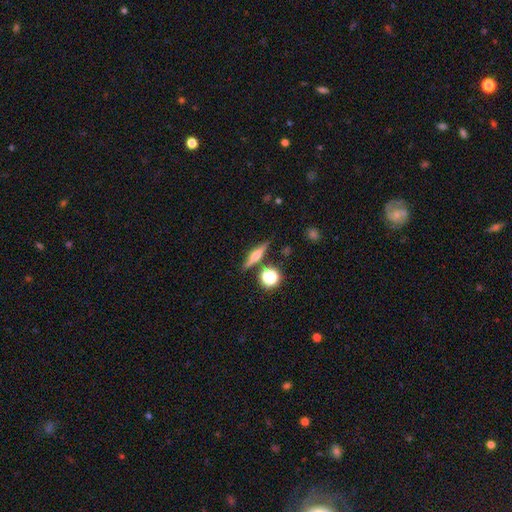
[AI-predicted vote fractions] smooth-or-featured: featured or disk: 58% | smooth: 31% | star or artifact: 11%
  disk-edge-on: yes: 95% | no: 5%
    edge-on-bulge: rounded: 86% | boxy: 9% | none: 5%
  merging: none: 83% | minor disturbance: 9% | merger: 5% | major disturbance: 3%